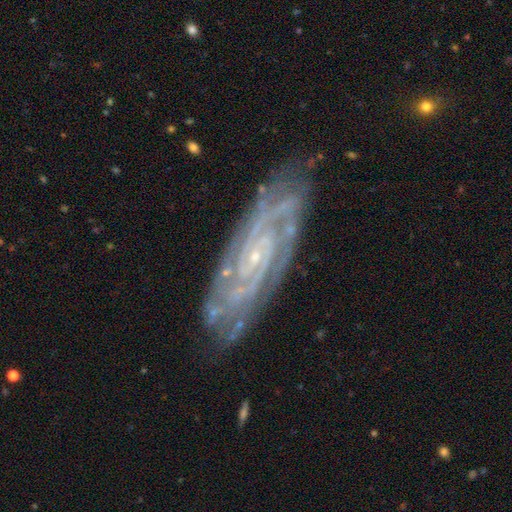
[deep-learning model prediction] smooth_or_featured: featured or disk (p=0.88) [alt: star or artifact p=0.06]
disk_edge_on: no (p=0.90) [alt: yes p=0.10]
bar: no (p=0.67) [alt: weak p=0.25]
has_spiral_arms: yes (p=0.97) [alt: no p=0.03]
spiral_winding: tight (p=0.69) [alt: medium p=0.26]
spiral_arm_count: can't tell (p=0.27) [alt: 2 p=0.22]
bulge_size: small (p=0.86) [alt: moderate p=0.08]
merging: none (p=0.78) [alt: minor disturbance p=0.16]